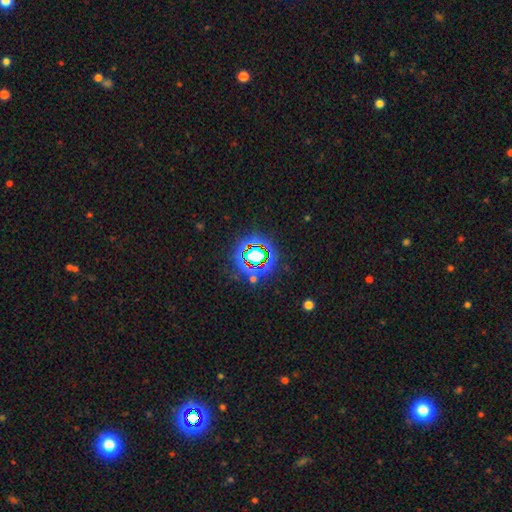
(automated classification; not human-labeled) The model was most divided on "smooth or featured": star or artifact: 70%, smooth: 18%, featured or disk: 12%.